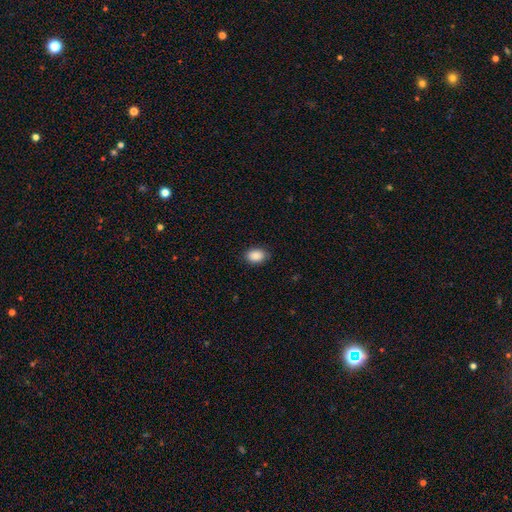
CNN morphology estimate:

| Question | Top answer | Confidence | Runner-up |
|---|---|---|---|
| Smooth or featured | smooth | 89% | star or artifact (8%) |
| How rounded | in between | 81% | round (18%) |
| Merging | none | 87% | minor disturbance (10%) |